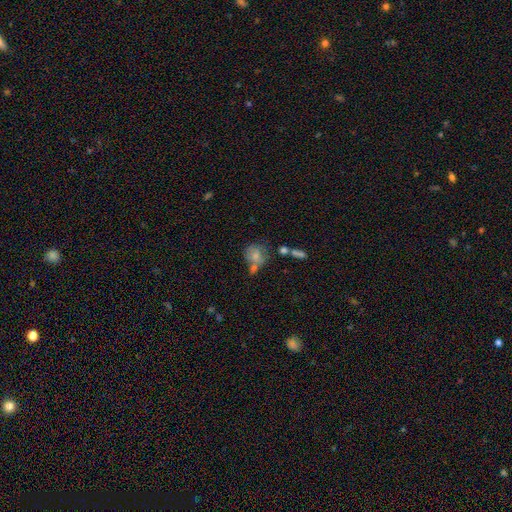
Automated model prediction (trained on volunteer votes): The model was most divided on "merging": none: 36%, merger: 33%, minor disturbance: 19%, major disturbance: 12%. More confident: how rounded — round (66%); smooth or featured — smooth (66%).